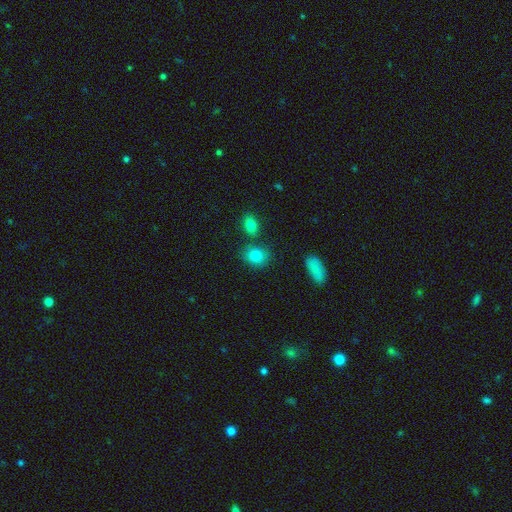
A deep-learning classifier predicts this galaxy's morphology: This appears to be a smooth galaxy with no disk features (82%) that is round (54%). Merging: none (74%).